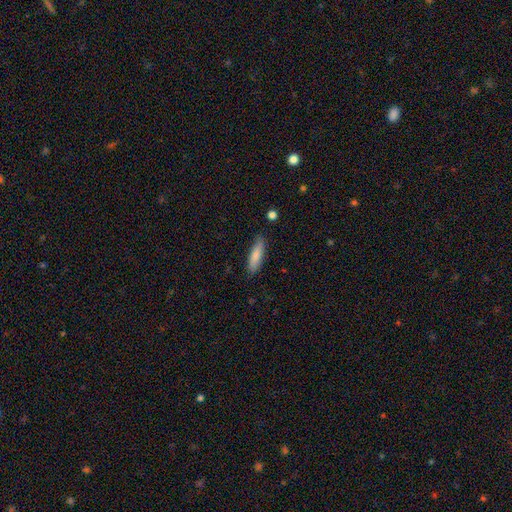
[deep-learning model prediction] smooth 82%, featured or disk 12%, star or artifact 6%. Down the decision tree: how rounded — cigar-shaped (59%); merging — none (82%).